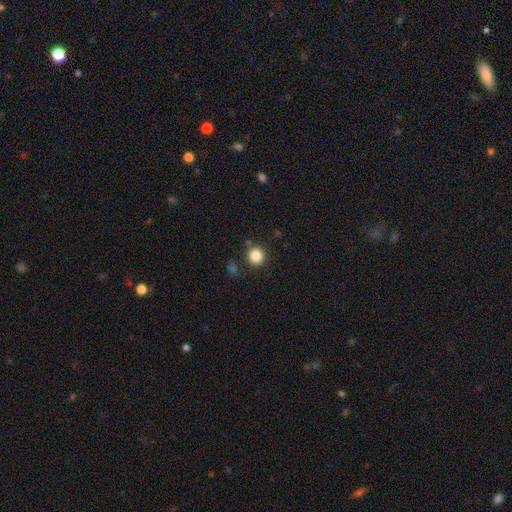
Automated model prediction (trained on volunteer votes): A smooth galaxy with no disk features (85%) that is round (93%). Merging: none (86%).